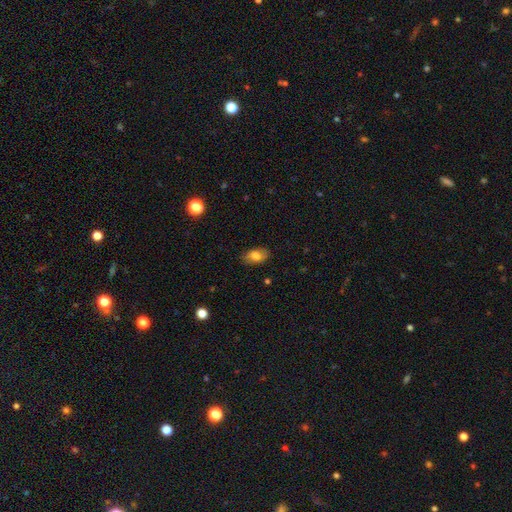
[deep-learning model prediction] Smooth or featured? Predicted: smooth (p=0.74). How rounded? Predicted: in between (p=0.91). Merging? Predicted: none (p=0.83).